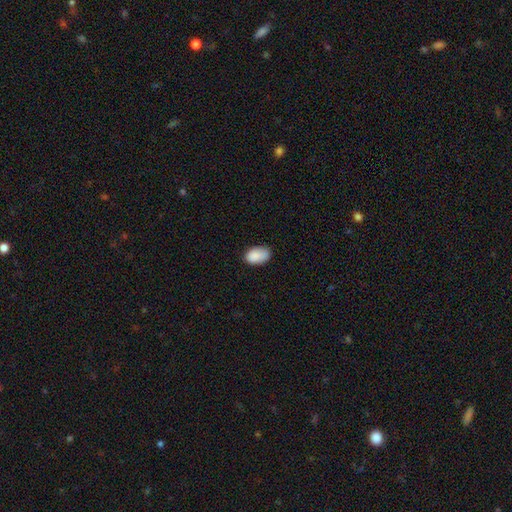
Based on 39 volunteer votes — A smooth galaxy with no disk features (95%) that is in between round and cigar-shaped (95%). Merging: none (84%).